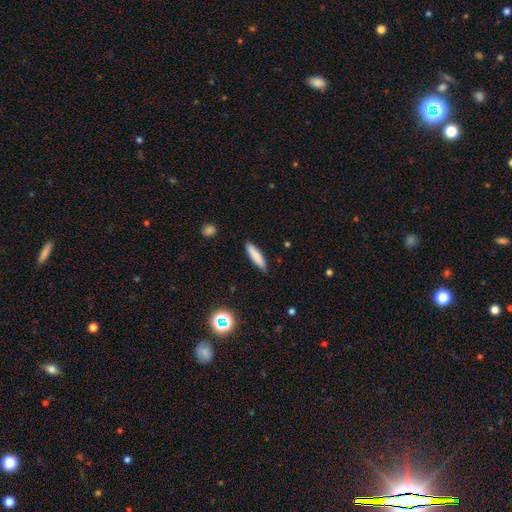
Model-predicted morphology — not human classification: smooth_or_featured: smooth (p=0.82) [alt: featured or disk p=0.11]
how_rounded: cigar-shaped (p=0.80) [alt: in between p=0.18]
merging: none (p=0.89) [alt: minor disturbance p=0.08]